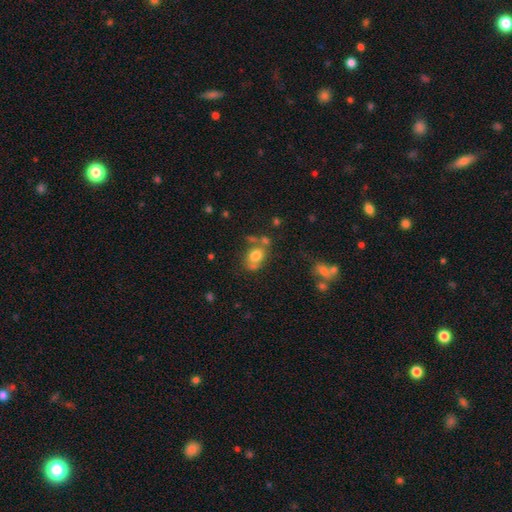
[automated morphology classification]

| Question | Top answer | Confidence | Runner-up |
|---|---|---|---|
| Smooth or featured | smooth | 73% | featured or disk (16%) |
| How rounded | in between | 57% | round (42%) |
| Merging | none | 48% | merger (25%) |